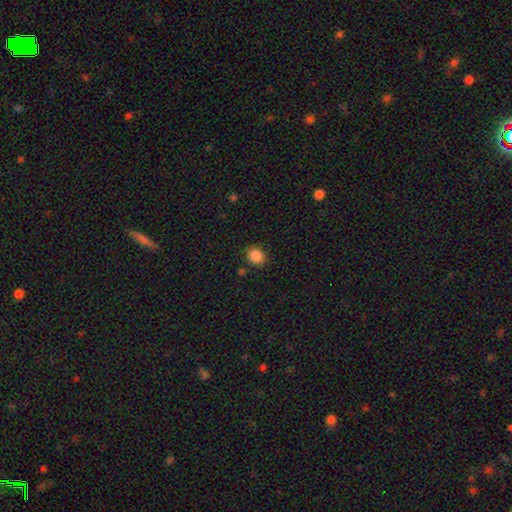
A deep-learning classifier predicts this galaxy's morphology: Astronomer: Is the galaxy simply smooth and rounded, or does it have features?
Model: smooth — 86%.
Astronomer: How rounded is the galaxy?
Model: round — 66%.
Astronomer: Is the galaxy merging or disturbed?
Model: none — 84%.